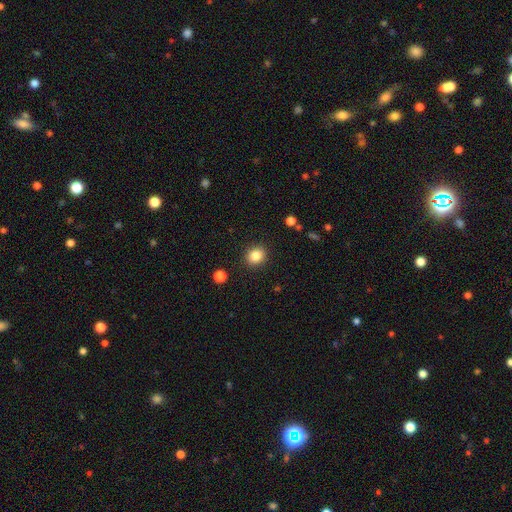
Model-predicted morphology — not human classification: Smooth or featured?
  - smooth: 85% *
  - star or artifact: 10%
  - featured or disk: 5%
How rounded?
  - round: 75% *
  - in between: 24%
  - cigar-shaped: 1%
Merging?
  - none: 90% *
  - minor disturbance: 7%
  - major disturbance: 2%
  - merger: 1%